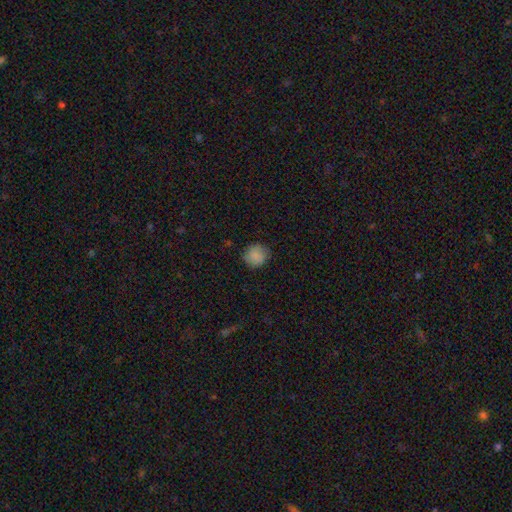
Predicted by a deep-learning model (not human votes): The model was most divided on "merging": none: 81%, minor disturbance: 15%, major disturbance: 4%, merger: 1%. More confident: how rounded — round (86%); smooth or featured — smooth (85%).